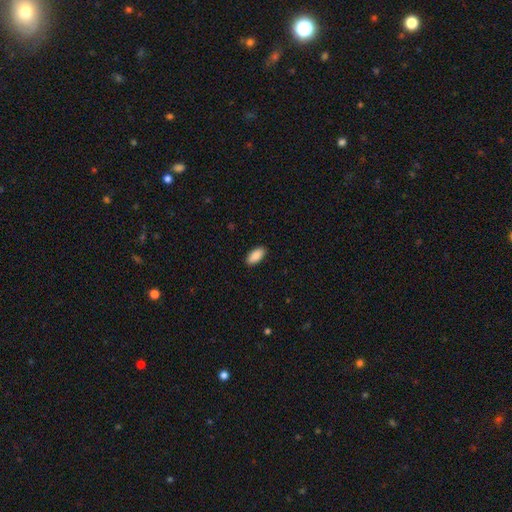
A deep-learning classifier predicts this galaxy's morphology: This appears to be a smooth galaxy with no disk features (90%) that is in between round and cigar-shaped (92%). Merging: none (90%).